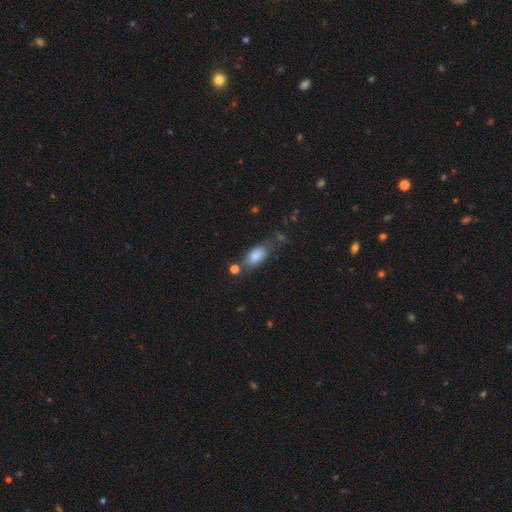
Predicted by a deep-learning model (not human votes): This appears to be a smooth galaxy with no disk features (82%) that is in between round and cigar-shaped (87%). Merging: none (61%).